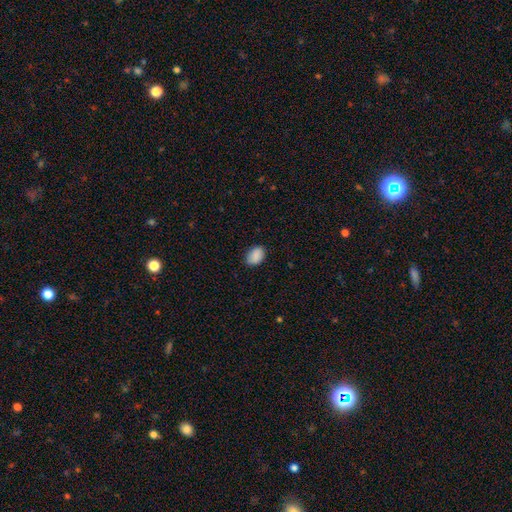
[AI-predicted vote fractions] This appears to be a smooth galaxy with no disk features (89%) that is in between round and cigar-shaped (79%). Merging: none (82%).